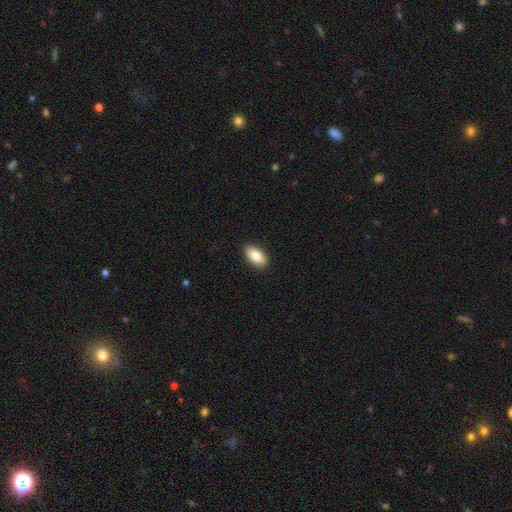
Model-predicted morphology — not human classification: Overall: smooth (85%). How rounded: in between (92%). Merging: none (89%).